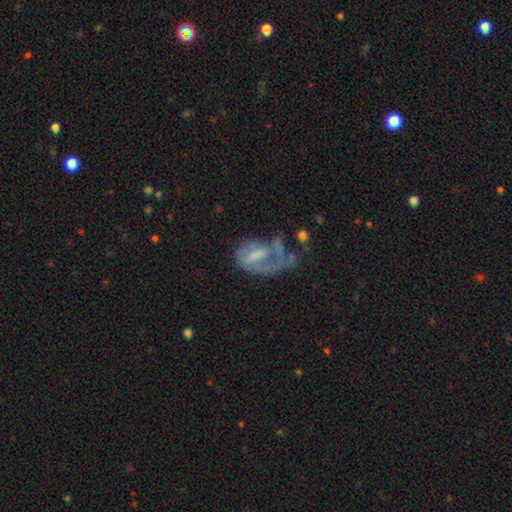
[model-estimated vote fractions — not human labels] Smooth or featured?
  - featured or disk: 62% *
  - smooth: 29%
  - star or artifact: 8%
Edge-on disk?
  - no: 96% *
  - yes: 4%
Bar?
  - weak: 45% *
  - no: 31%
  - strong: 24%
Spiral arms?
  - yes: 62% *
  - no: 38%
Bulge size?
  - none: 35% *
  - small: 29%
  - moderate: 28%
  - large: 7%
  - dominant: 2%
Merging?
  - major disturbance: 48% *
  - none: 24%
  - minor disturbance: 20%
  - merger: 8%